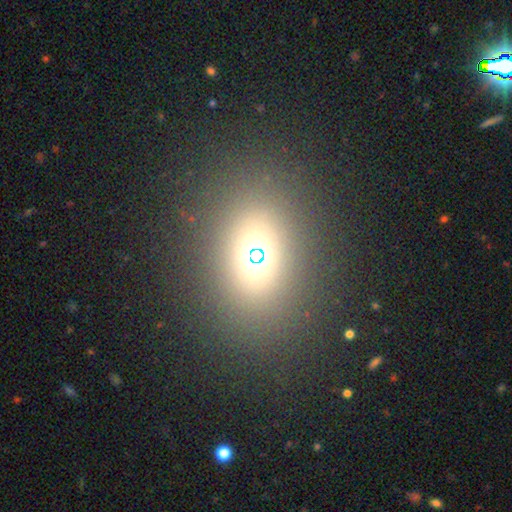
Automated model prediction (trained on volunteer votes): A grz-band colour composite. It shows a smooth galaxy with no disk features (62%) that is in between round and cigar-shaped (58%). Merging: none (85%).